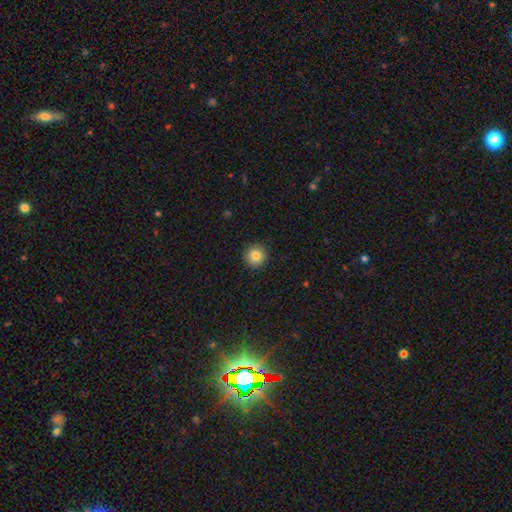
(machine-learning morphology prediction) This appears to be a smooth galaxy with no disk features (84%) that is round (95%). Merging: none (92%).